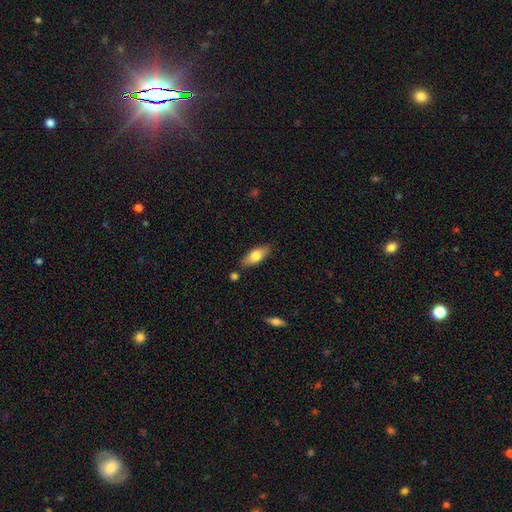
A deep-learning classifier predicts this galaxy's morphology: smooth_or_featured: smooth (p=0.73) [alt: featured or disk p=0.21]
how_rounded: in between (p=0.81) [alt: cigar-shaped p=0.16]
merging: none (p=0.83) [alt: minor disturbance p=0.12]